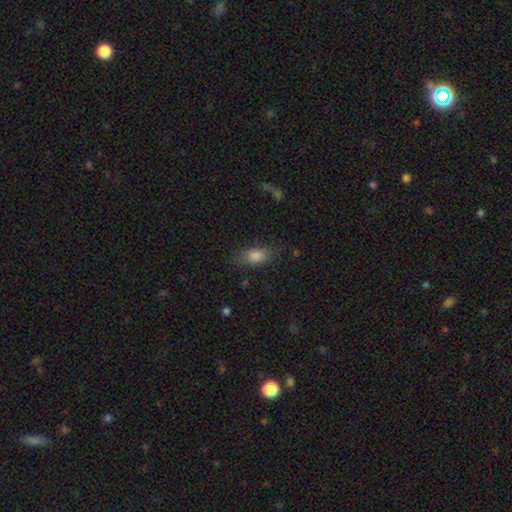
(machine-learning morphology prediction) type=smooth (80%); roundness=in between (81%); merging=none (77%).